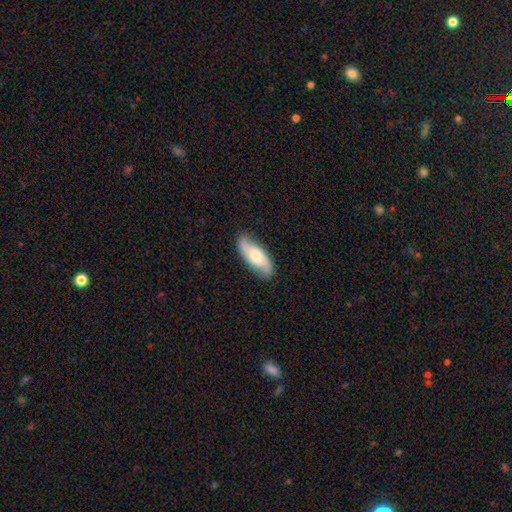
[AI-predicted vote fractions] This is possibly a featured or disk galaxy (52%). It is clearly not viewed edge-on (85%). Merging: likely none (80%).